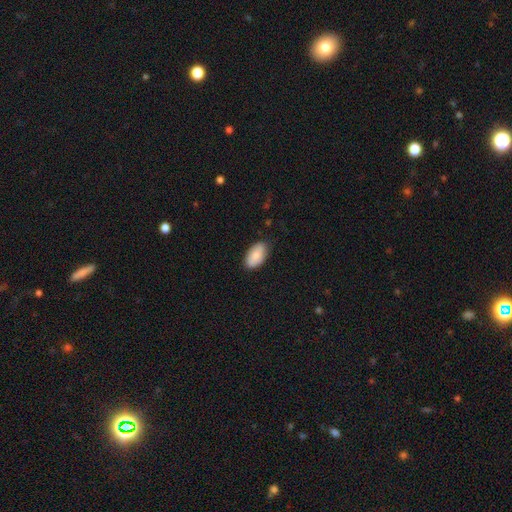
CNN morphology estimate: type=smooth (82%); roundness=in between (95%); merging=none (81%).